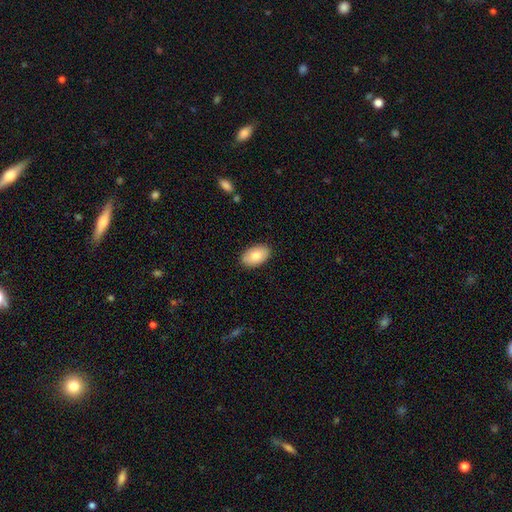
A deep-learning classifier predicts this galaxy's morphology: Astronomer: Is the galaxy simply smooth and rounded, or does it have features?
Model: smooth — 82%.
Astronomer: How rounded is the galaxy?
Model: in between — 93%.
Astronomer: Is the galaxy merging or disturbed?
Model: none — 88%.